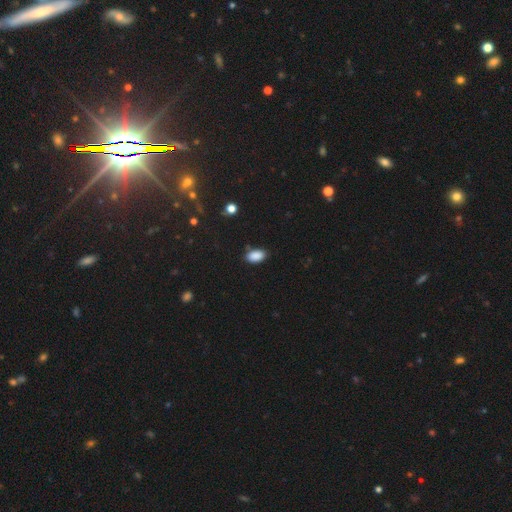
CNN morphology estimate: Q: Smooth or featured?
A: smooth (88%); runner-up: star or artifact (8%)
Q: How rounded?
A: in between (93%); runner-up: round (5%)
Q: Merging?
A: none (81%); runner-up: minor disturbance (14%)